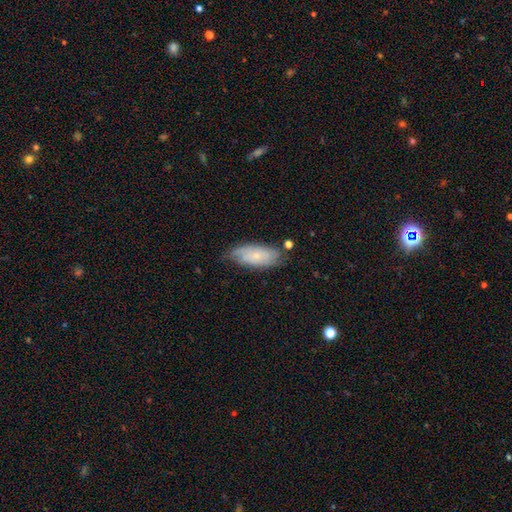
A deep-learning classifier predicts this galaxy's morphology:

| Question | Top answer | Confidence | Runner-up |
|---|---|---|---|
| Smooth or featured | featured or disk | 49% | smooth (44%) |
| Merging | none | 63% | minor disturbance (27%) |